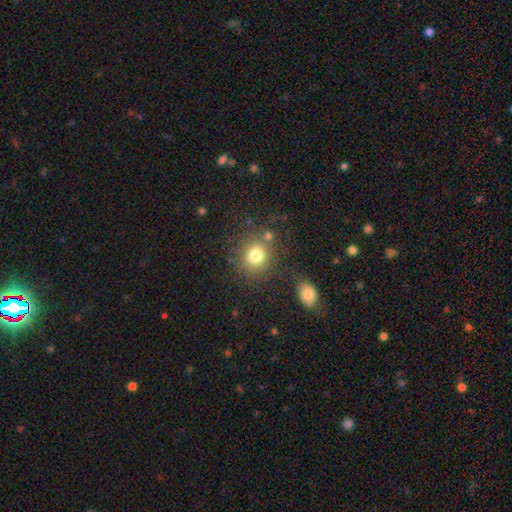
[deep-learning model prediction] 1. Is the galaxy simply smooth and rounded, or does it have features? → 79% smooth, 13% star or artifact, 9% featured or disk.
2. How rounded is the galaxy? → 80% round, 19% in between, 1% cigar-shaped.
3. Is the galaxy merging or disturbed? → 75% none, 11% minor disturbance, 9% merger, 5% major disturbance.